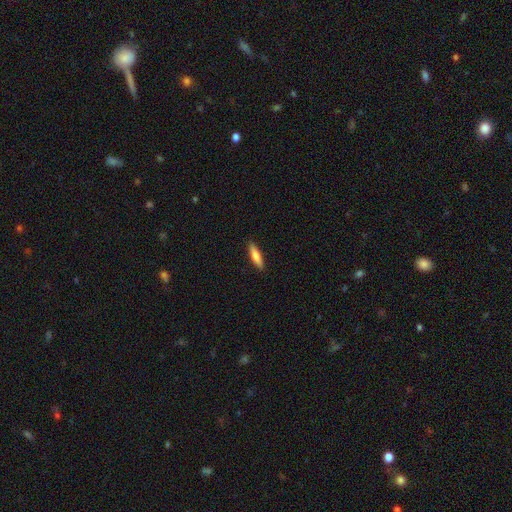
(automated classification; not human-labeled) Smooth or featured: smooth — 72% (featured or disk — 22%)
How rounded: cigar-shaped — 73% (in between — 25%)
Merging: none — 89% (minor disturbance — 8%)